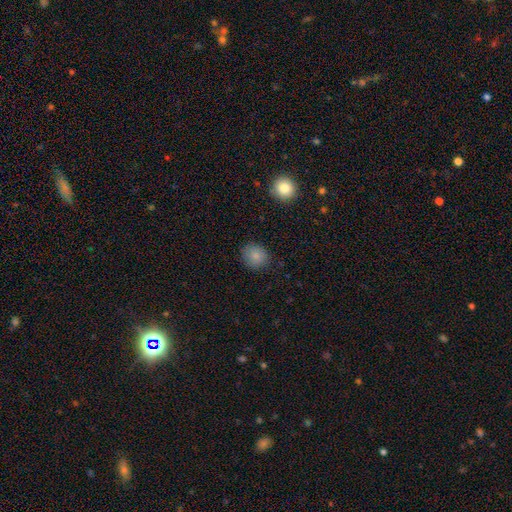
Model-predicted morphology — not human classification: smooth 84%, star or artifact 10%, featured or disk 6%. Down the decision tree: how rounded — round (78%); merging — none (86%).